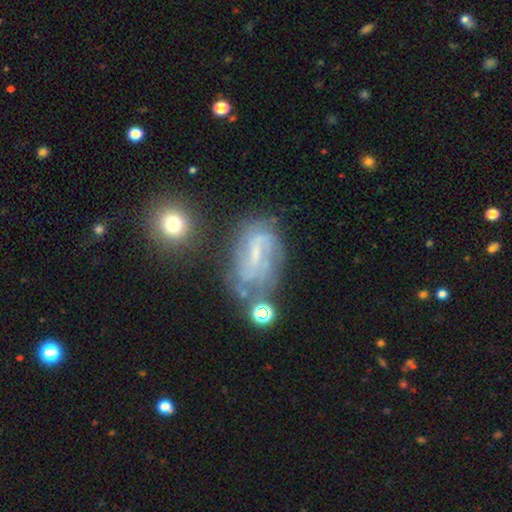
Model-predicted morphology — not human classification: Q: Smooth or featured?
A: featured or disk (70%); runner-up: smooth (20%)
Q: Edge-on disk?
A: no (95%); runner-up: yes (5%)
Q: Bar?
A: weak (48%); runner-up: no (29%)
Q: Spiral arms?
A: yes (77%); runner-up: no (23%)
Q: Spiral winding?
A: medium (38%); runner-up: tight (36%)
Q: Spiral arm count?
A: can't tell (45%); runner-up: 2 (29%)
Q: Bulge size?
A: small (54%); runner-up: none (27%)
Q: Merging?
A: none (48%); runner-up: minor disturbance (24%)